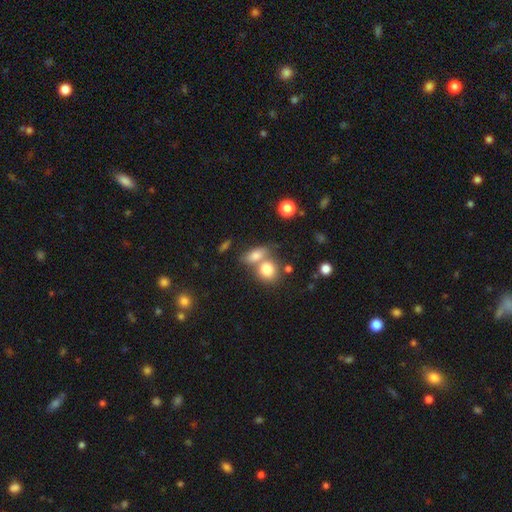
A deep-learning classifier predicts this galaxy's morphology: Q: Smooth or featured?
A: smooth (78%); runner-up: featured or disk (12%)
Q: How rounded?
A: in between (67%); runner-up: round (26%)
Q: Merging?
A: merger (45%); runner-up: none (41%)